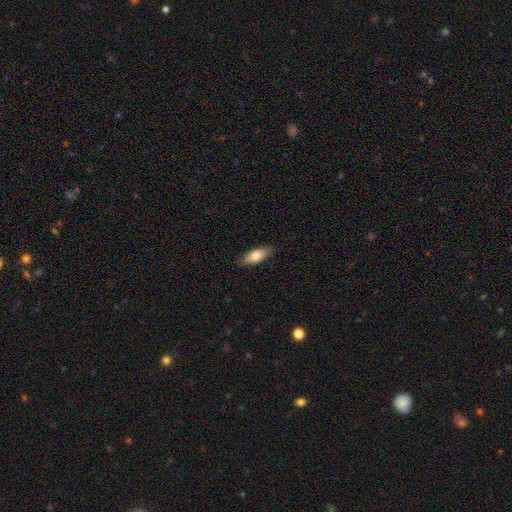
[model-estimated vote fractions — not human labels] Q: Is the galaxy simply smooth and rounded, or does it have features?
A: smooth — 79%.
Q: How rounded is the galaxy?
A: in between — 75%.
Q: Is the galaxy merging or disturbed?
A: none — 85%.